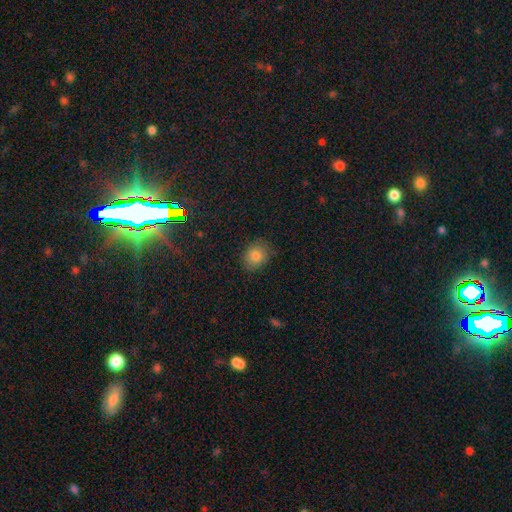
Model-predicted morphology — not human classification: smooth-or-featured: smooth: 81% | star or artifact: 10% | featured or disk: 8%
  how-rounded: round: 60% | in between: 39% | cigar-shaped: 1%
  merging: none: 82% | minor disturbance: 14% | major disturbance: 3% | merger: 1%